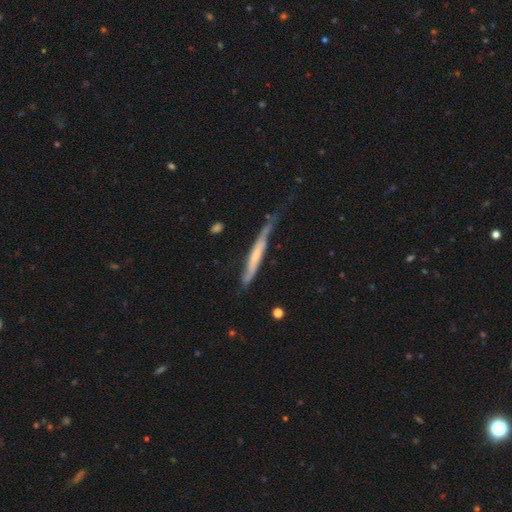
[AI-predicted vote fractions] Smooth or featured?
  - featured or disk: 53% *
  - smooth: 41%
  - star or artifact: 6%
Edge-on disk?
  - yes: 80% *
  - no: 20%
Merging?
  - none: 44% *
  - minor disturbance: 35%
  - major disturbance: 17%
  - merger: 4%